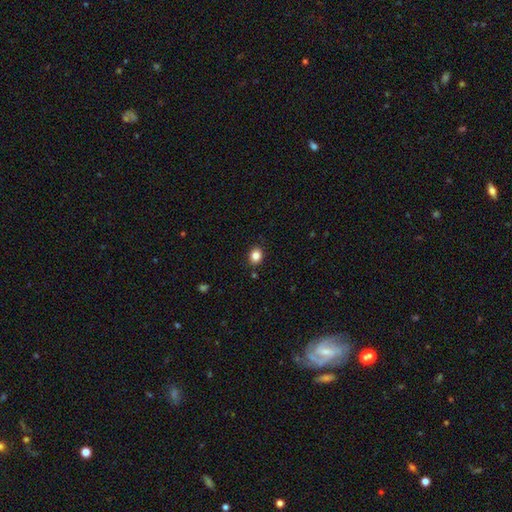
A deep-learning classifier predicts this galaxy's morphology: smooth_or_featured: smooth (p=0.85) [alt: star or artifact p=0.11]
how_rounded: round (p=0.52) [alt: in between p=0.47]
merging: none (p=0.87) [alt: minor disturbance p=0.09]